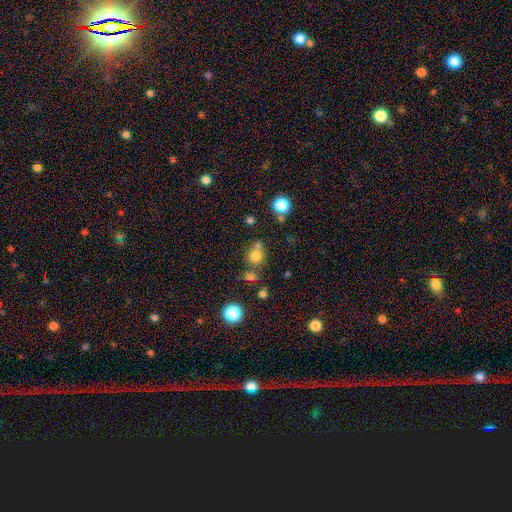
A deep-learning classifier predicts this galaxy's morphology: Overall: smooth (75%). How rounded: round (85%). Merging: none (55%; merger 30%).